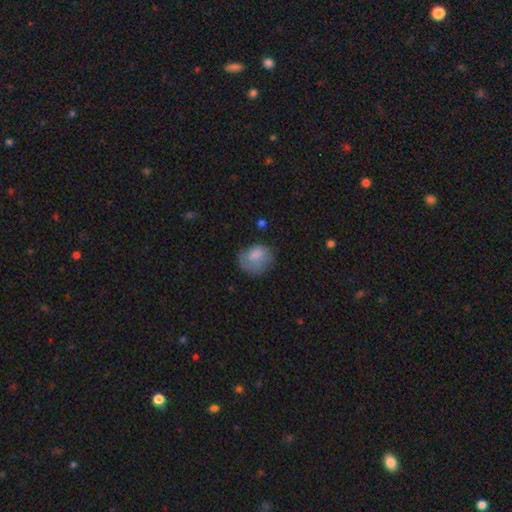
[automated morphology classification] Smooth or featured?
  - smooth: 76% *
  - featured or disk: 15%
  - star or artifact: 9%
How rounded?
  - round: 54% *
  - in between: 46%
  - cigar-shaped: 1%
Merging?
  - none: 49% *
  - minor disturbance: 30%
  - major disturbance: 18%
  - merger: 2%